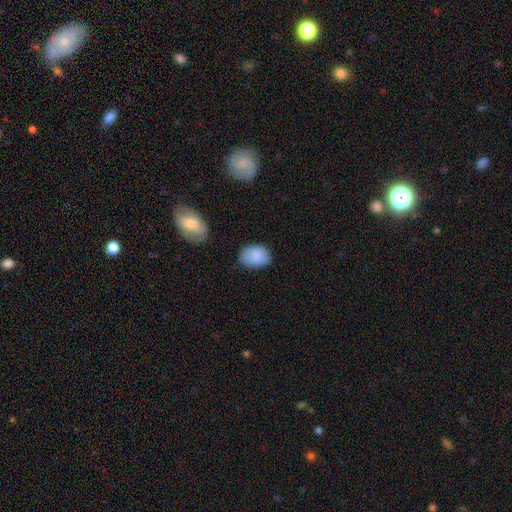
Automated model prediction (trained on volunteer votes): smooth-or-featured: smooth: 86% | featured or disk: 7% | star or artifact: 7%
  how-rounded: in between: 78% | round: 21% | cigar-shaped: 1%
  merging: none: 73% | minor disturbance: 21% | major disturbance: 4% | merger: 2%